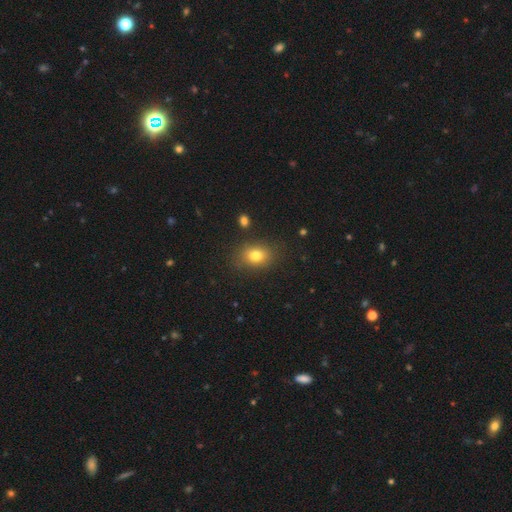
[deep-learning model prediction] Smooth or featured: smooth — 78% (star or artifact — 12%)
How rounded: in between — 64% (round — 34%)
Merging: none — 82% (minor disturbance — 12%)